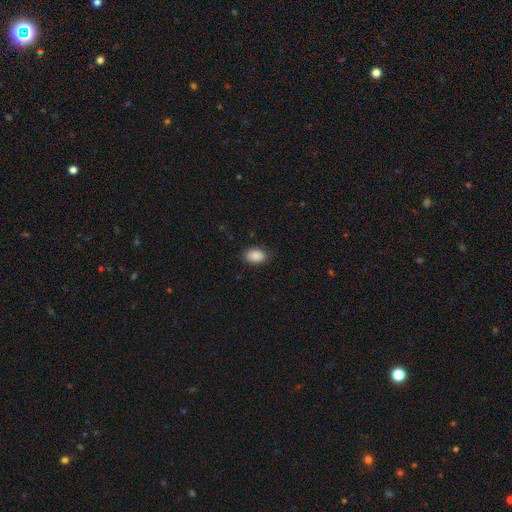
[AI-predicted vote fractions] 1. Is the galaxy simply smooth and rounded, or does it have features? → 89% smooth, 8% star or artifact, 4% featured or disk.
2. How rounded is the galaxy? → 83% in between, 16% round, 1% cigar-shaped.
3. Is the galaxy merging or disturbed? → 83% none, 13% minor disturbance, 3% major disturbance, 1% merger.